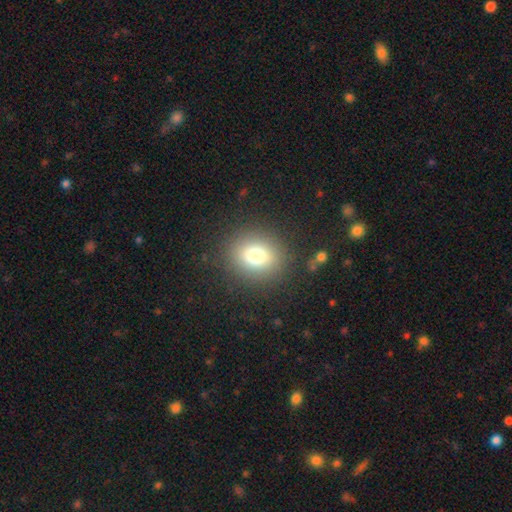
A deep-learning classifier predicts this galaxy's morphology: Smooth or featured: smooth — 76% (star or artifact — 14%)
How rounded: round — 76% (in between — 23%)
Merging: none — 87% (minor disturbance — 8%)